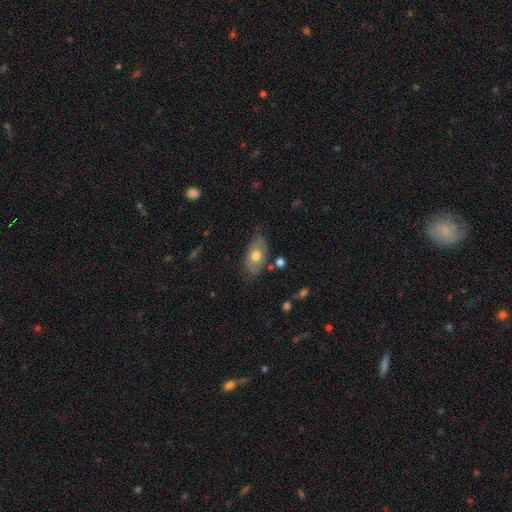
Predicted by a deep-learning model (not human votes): Smooth or featured: smooth — 63% (featured or disk — 30%)
How rounded: in between — 90% (round — 8%)
Merging: none — 75% (minor disturbance — 19%)